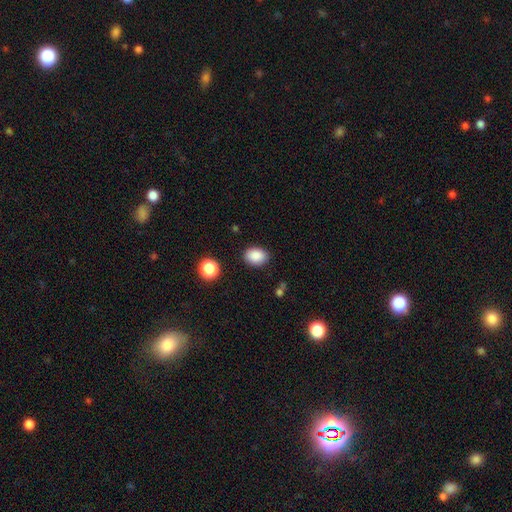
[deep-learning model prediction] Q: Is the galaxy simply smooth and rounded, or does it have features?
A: smooth — 88%.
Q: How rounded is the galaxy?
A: in between — 72%.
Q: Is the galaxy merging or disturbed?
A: none — 85%.